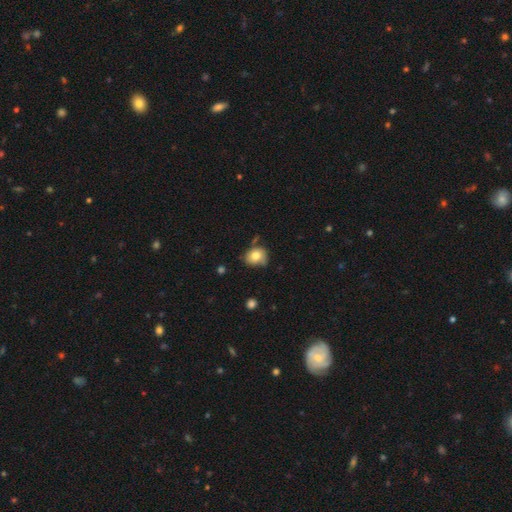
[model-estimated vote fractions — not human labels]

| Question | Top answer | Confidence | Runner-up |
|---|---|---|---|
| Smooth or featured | smooth | 77% | featured or disk (14%) |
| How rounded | round | 63% | in between (36%) |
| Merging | none | 58% | minor disturbance (29%) |